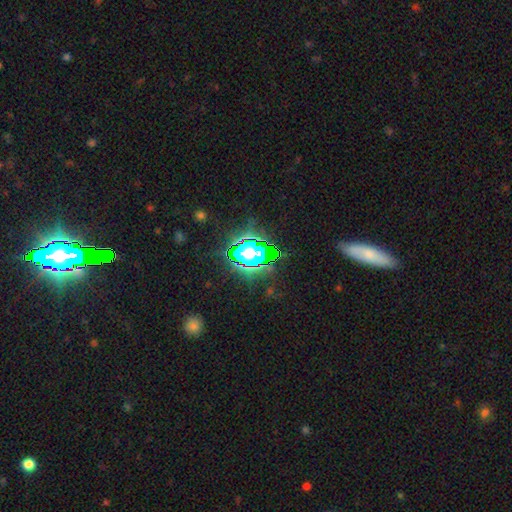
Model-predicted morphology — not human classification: A star or artifact, not a galaxy (76%).

Vote fractions:
- Smooth or featured? star or artifact: 76% / smooth: 15% / featured or disk: 9%